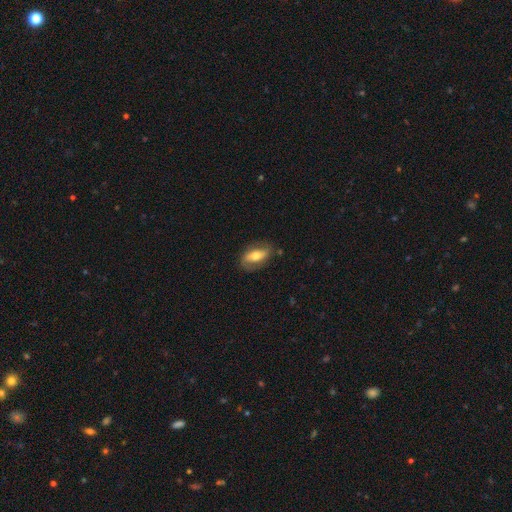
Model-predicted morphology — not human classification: smooth_or_featured: featured or disk (p=0.52) [alt: smooth p=0.41]
disk_edge_on: no (p=0.84) [alt: yes p=0.16]
merging: none (p=0.71) [alt: minor disturbance p=0.20]